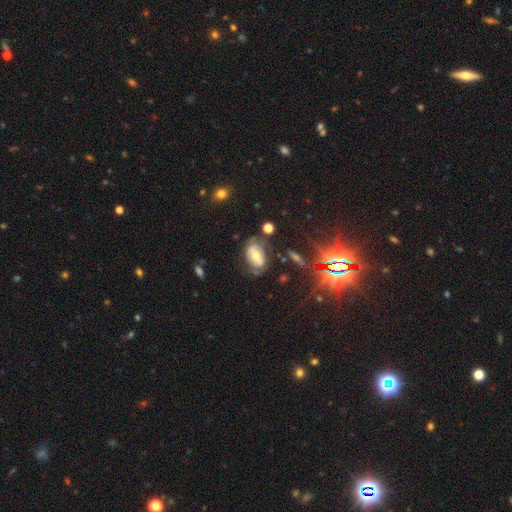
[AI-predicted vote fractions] Morphology: type=featured or disk (48%); merging=none (60%).